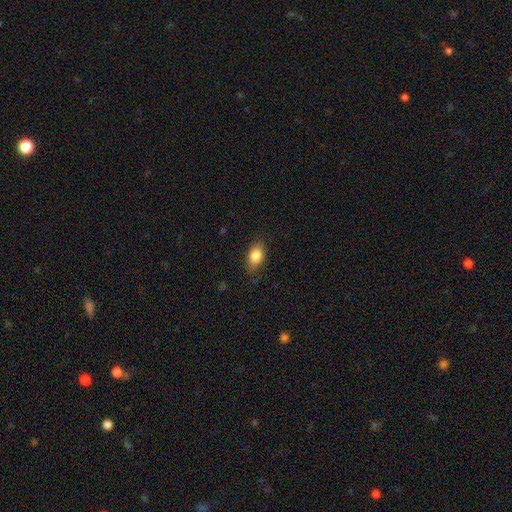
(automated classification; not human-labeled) Smooth or featured: smooth — 83% (featured or disk — 9%)
How rounded: in between — 81% (round — 15%)
Merging: none — 78% (minor disturbance — 17%)